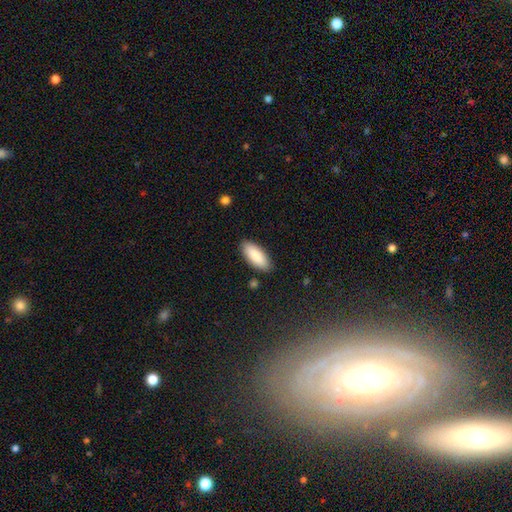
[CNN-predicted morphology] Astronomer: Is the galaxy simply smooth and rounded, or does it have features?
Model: smooth — 88%.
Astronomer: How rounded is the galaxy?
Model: in between — 81%.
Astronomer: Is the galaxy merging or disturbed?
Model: none — 88%.